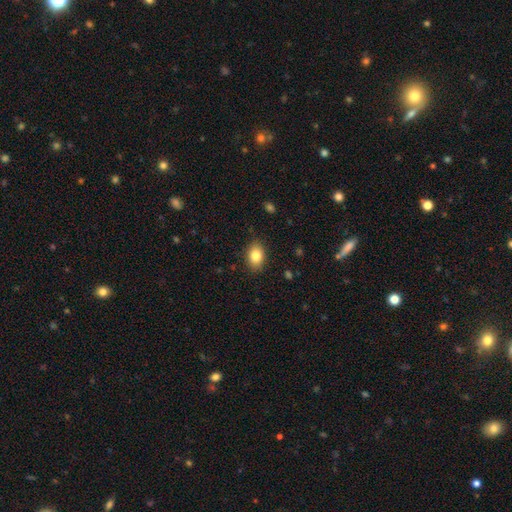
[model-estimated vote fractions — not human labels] Morphology: type=smooth (84%); roundness=in between (78%); merging=none (87%).